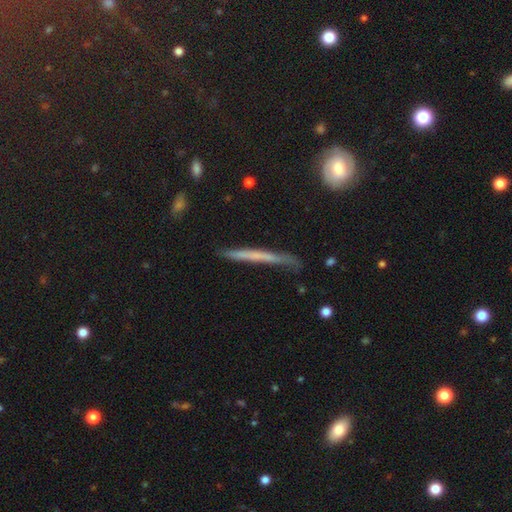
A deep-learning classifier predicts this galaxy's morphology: This is possibly a featured or disk galaxy (48%). Merging: likely none (72%).